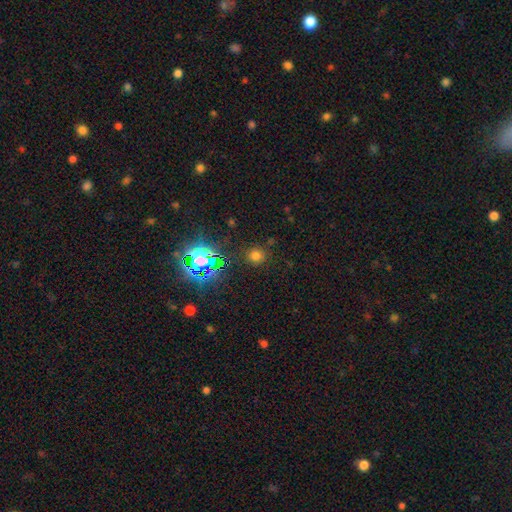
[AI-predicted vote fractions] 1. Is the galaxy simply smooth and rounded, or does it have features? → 66% smooth, 28% star or artifact, 6% featured or disk.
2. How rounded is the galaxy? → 87% round, 11% in between, 1% cigar-shaped.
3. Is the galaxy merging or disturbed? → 85% none, 9% minor disturbance, 4% major disturbance, 3% merger.